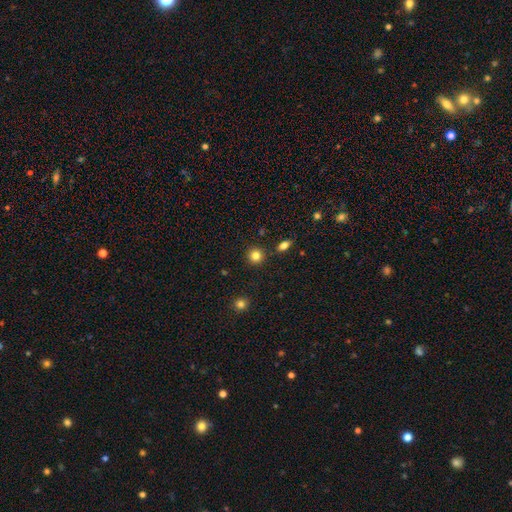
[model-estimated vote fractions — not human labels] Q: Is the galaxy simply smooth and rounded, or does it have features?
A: smooth — 84%.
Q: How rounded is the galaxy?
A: round — 93%.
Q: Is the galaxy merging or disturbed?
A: none — 89%.